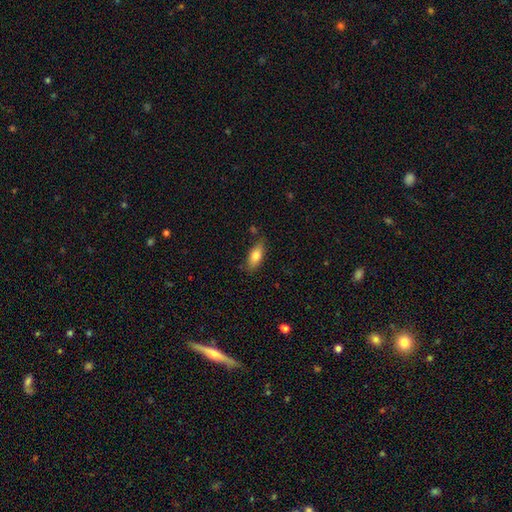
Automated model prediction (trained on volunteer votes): The model was most divided on "merging": none: 77%, minor disturbance: 17%, major disturbance: 3%, merger: 2%. More confident: how rounded — in between (80%); smooth or featured — smooth (78%).